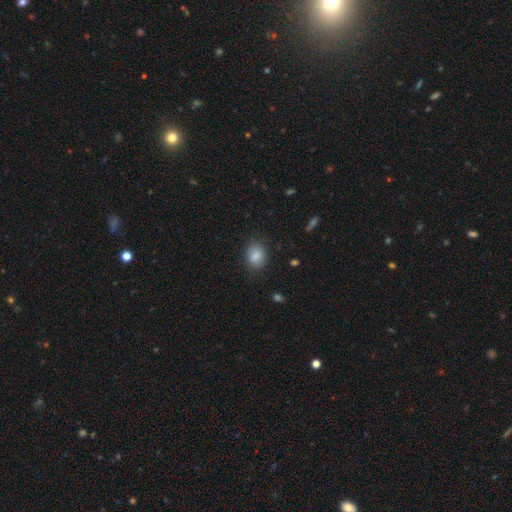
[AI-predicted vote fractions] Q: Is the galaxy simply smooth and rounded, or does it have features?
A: smooth — 86%.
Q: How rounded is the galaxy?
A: in between — 58%.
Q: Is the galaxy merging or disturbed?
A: none — 81%.